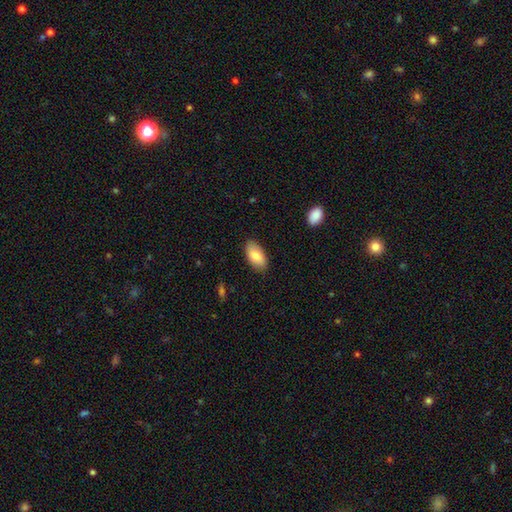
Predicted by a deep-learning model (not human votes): smooth-or-featured: smooth: 78% | featured or disk: 16% | star or artifact: 6%
  how-rounded: in between: 94% | cigar-shaped: 3% | round: 3%
  merging: none: 85% | minor disturbance: 11% | major disturbance: 2% | merger: 1%